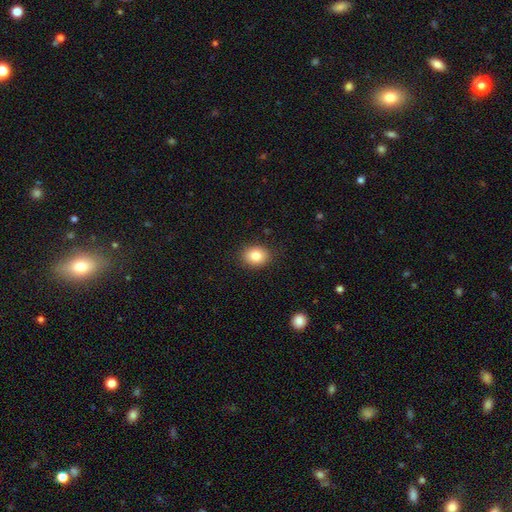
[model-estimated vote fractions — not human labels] smooth 84%, star or artifact 9%, featured or disk 7%. Down the decision tree: how rounded — round (50%); merging — none (87%).